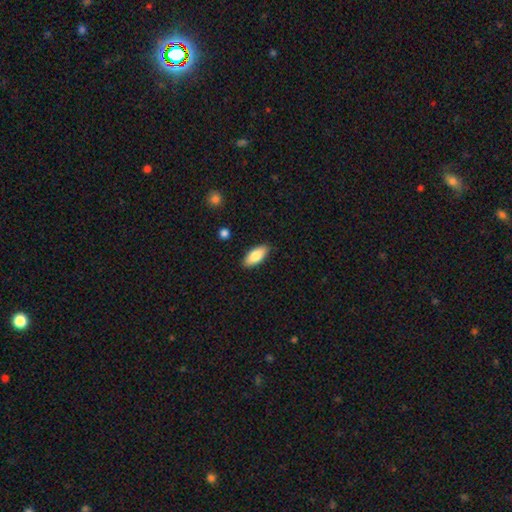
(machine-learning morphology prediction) smooth_or_featured: smooth (p=0.83) [alt: featured or disk p=0.11]
how_rounded: in between (p=0.86) [alt: cigar-shaped p=0.12]
merging: none (p=0.88) [alt: minor disturbance p=0.09]